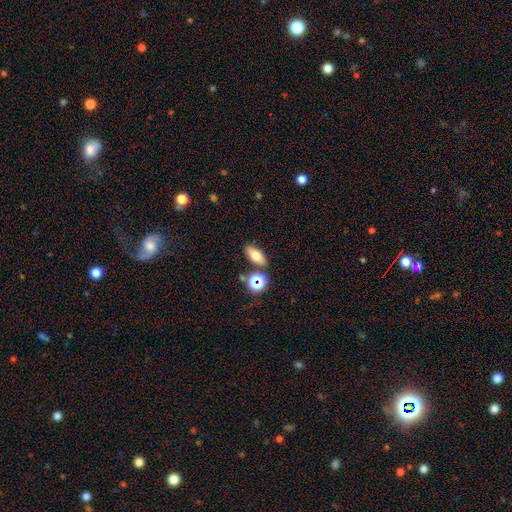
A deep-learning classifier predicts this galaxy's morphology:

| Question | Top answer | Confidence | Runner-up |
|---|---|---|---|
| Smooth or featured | smooth | 70% | featured or disk (18%) |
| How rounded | in between | 79% | cigar-shaped (12%) |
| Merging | none | 80% | minor disturbance (9%) |